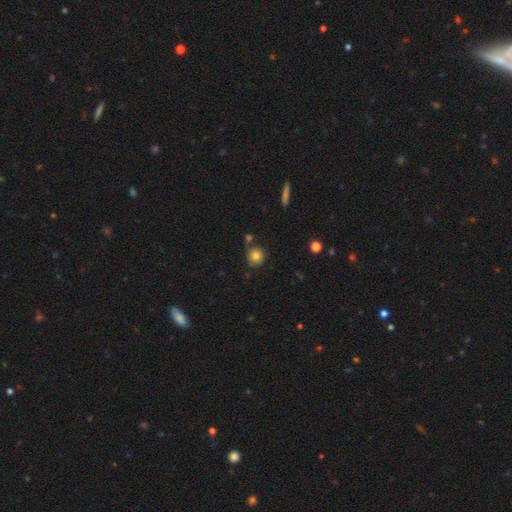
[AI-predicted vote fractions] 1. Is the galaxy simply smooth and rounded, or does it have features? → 81% smooth, 10% star or artifact, 8% featured or disk.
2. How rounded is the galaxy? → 91% round, 8% in between, 1% cigar-shaped.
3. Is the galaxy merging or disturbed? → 73% none, 12% minor disturbance, 12% merger, 4% major disturbance.